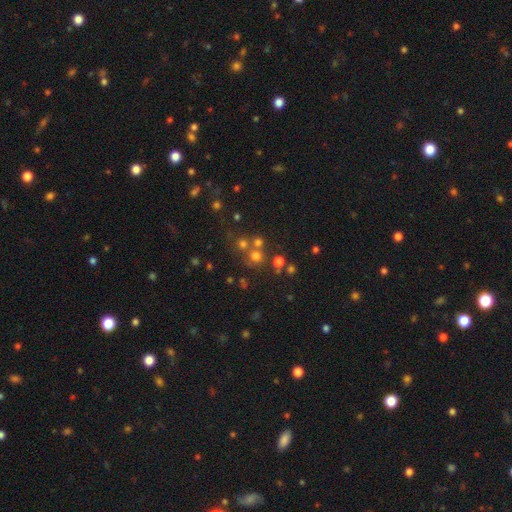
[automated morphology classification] Smooth or featured?
  - smooth: 63% *
  - star or artifact: 26%
  - featured or disk: 11%
How rounded?
  - round: 89% *
  - in between: 10%
  - cigar-shaped: 1%
Merging?
  - none: 60% *
  - merger: 29%
  - minor disturbance: 7%
  - major disturbance: 4%